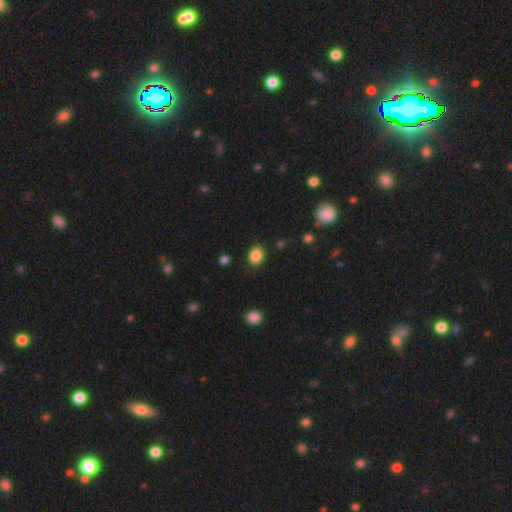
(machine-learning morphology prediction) type=smooth (87%); roundness=in between (57%); merging=none (86%).